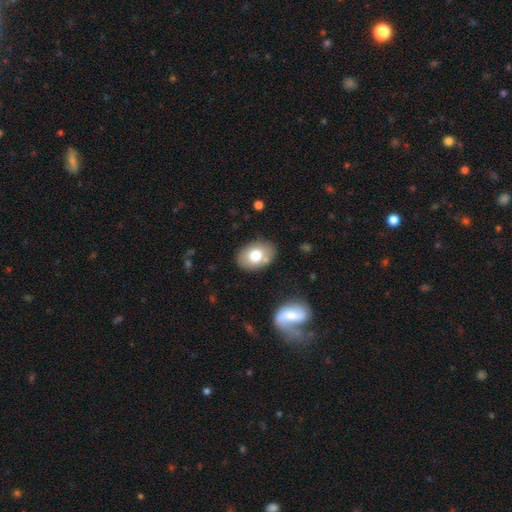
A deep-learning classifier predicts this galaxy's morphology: A smooth galaxy with no disk features (72%) that is in between round and cigar-shaped (81%). Merging: none (80%).